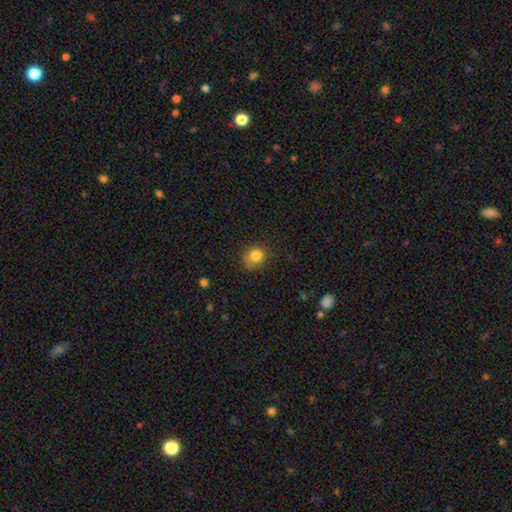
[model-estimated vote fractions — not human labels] This appears to be a smooth galaxy with no disk features (83%) that is round (79%). Merging: none (73%).